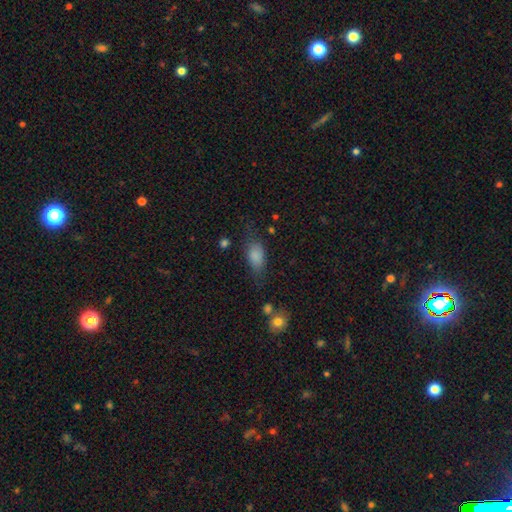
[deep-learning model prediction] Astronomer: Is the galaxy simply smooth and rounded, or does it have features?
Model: smooth — 83%.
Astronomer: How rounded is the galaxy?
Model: in between — 87%.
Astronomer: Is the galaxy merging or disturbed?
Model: none — 59%.